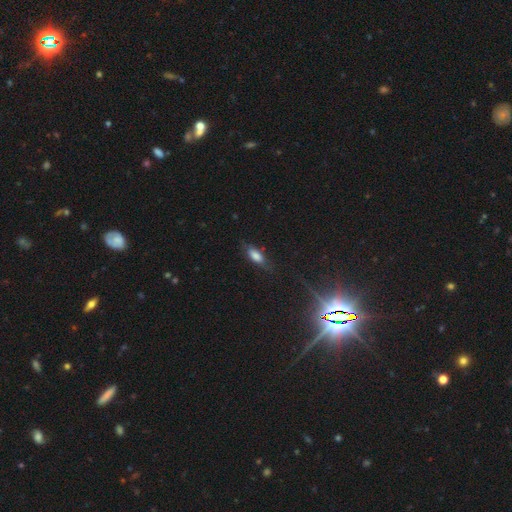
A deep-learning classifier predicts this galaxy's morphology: Smooth or featured: smooth — 75% (featured or disk — 14%)
How rounded: in between — 75% (cigar-shaped — 22%)
Merging: none — 70% (minor disturbance — 22%)